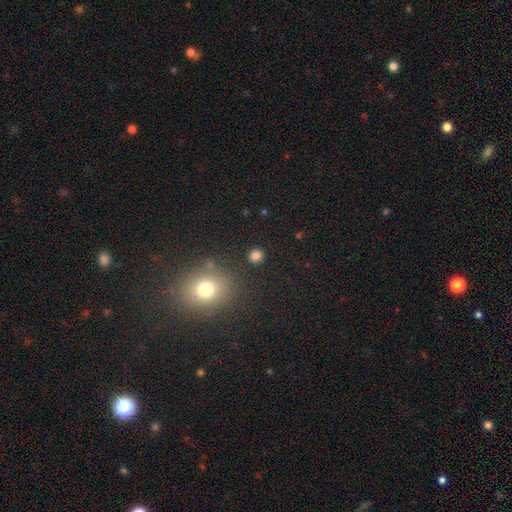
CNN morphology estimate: smooth 81%, star or artifact 14%, featured or disk 4%. Down the decision tree: how rounded — round (89%); merging — none (88%).